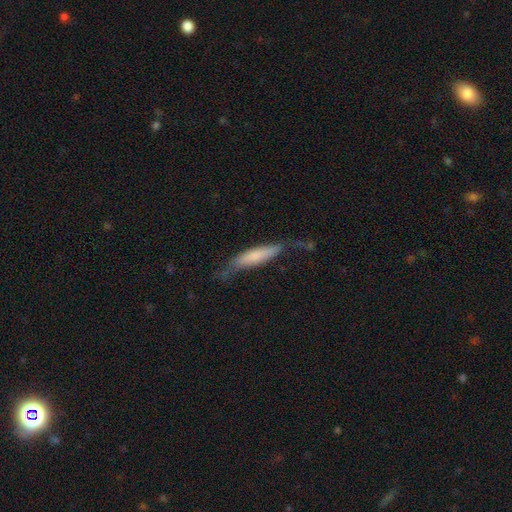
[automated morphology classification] Overall: smooth (64%; featured or disk 29%). How rounded: cigar-shaped (82%). Merging: none (57%; minor disturbance 28%).